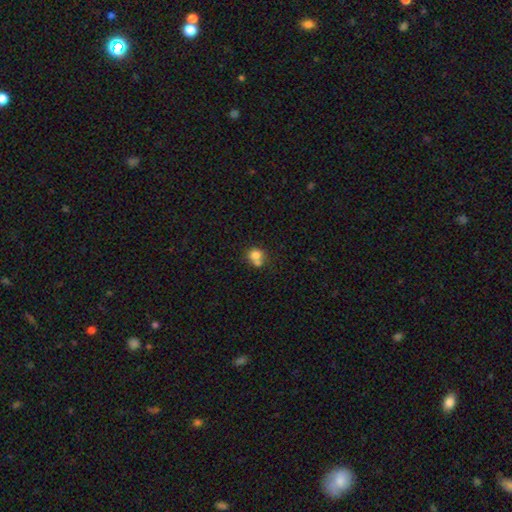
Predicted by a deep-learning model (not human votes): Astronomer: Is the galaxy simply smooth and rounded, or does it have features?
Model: smooth — 77%.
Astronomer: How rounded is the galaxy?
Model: round — 78%.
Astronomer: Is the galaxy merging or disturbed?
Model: merger — 43% (runner-up: none, 42%).